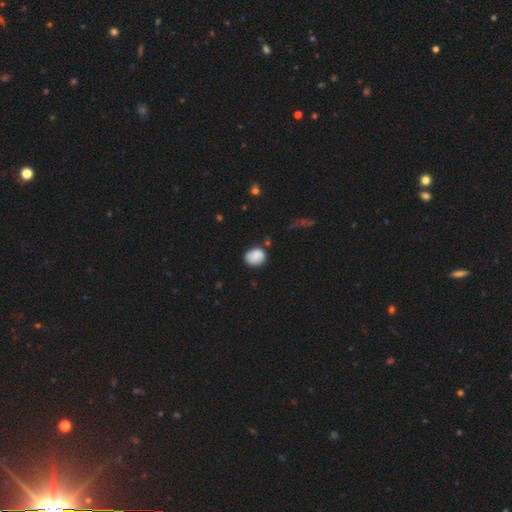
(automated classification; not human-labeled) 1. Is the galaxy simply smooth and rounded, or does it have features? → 80% smooth, 12% featured or disk, 8% star or artifact.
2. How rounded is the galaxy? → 57% round, 42% in between, 1% cigar-shaped.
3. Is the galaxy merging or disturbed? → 71% none, 21% minor disturbance, 5% major disturbance, 4% merger.